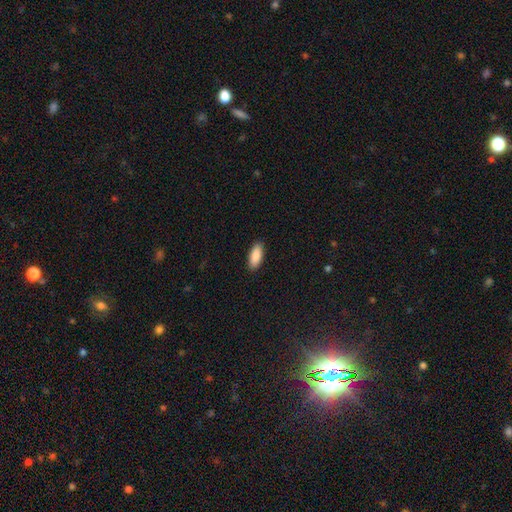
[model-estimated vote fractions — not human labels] Q: Smooth or featured?
A: smooth (89%); runner-up: star or artifact (6%)
Q: How rounded?
A: in between (80%); runner-up: cigar-shaped (18%)
Q: Merging?
A: none (90%); runner-up: minor disturbance (7%)